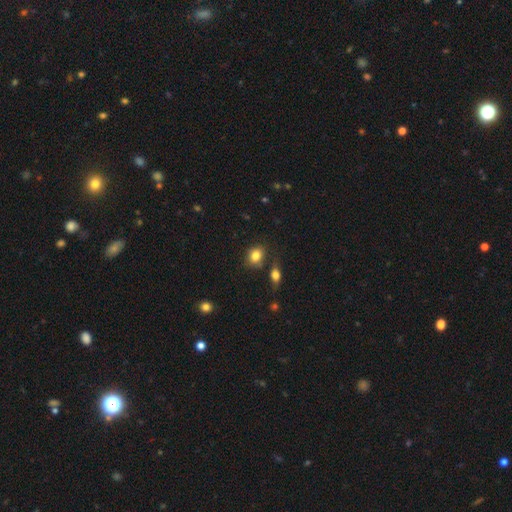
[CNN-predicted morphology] Smooth or featured: smooth — 82% (star or artifact — 10%)
How rounded: in between — 54% (round — 45%)
Merging: none — 71% (minor disturbance — 14%)